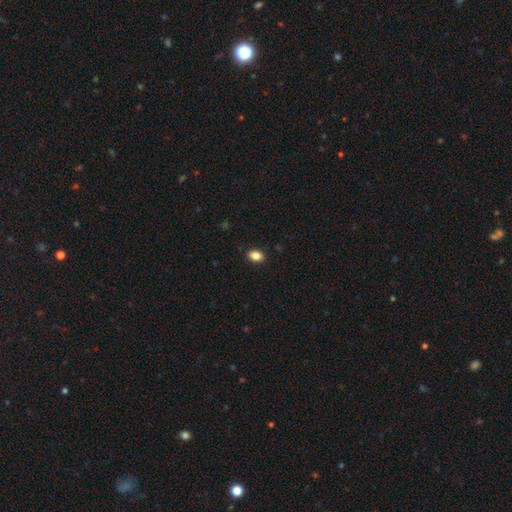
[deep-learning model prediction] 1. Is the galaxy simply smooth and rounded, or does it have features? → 86% smooth, 9% star or artifact, 4% featured or disk.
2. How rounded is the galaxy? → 79% in between, 19% round, 1% cigar-shaped.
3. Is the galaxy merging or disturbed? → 90% none, 8% minor disturbance, 2% major disturbance, 1% merger.